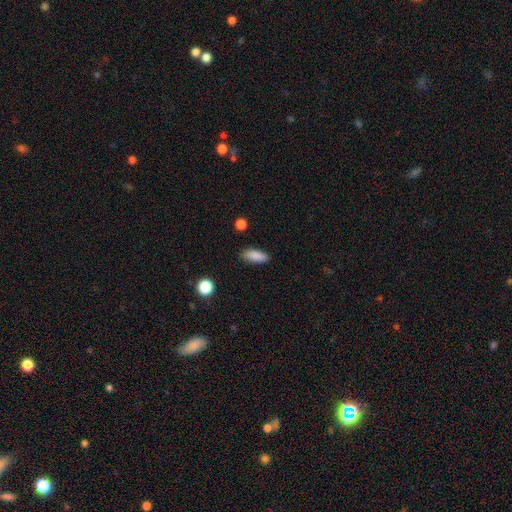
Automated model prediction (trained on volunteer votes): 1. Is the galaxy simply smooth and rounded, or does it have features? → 88% smooth, 8% star or artifact, 5% featured or disk.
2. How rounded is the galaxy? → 75% in between, 22% cigar-shaped, 2% round.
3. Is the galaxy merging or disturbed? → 86% none, 10% minor disturbance, 2% major disturbance, 1% merger.